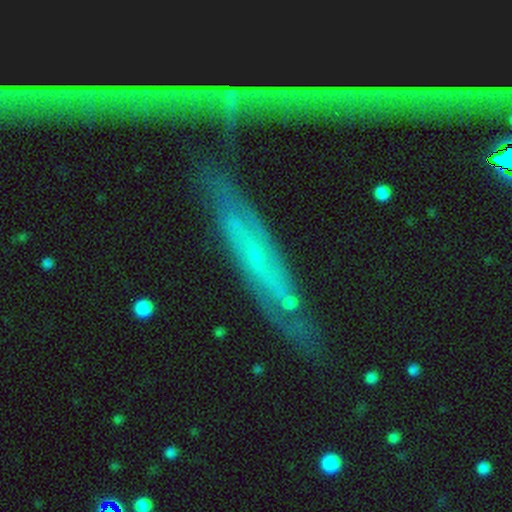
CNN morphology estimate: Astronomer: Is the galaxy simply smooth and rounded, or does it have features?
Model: featured or disk — 50% (runner-up: smooth, 27%).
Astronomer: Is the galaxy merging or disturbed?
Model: none — 75%.